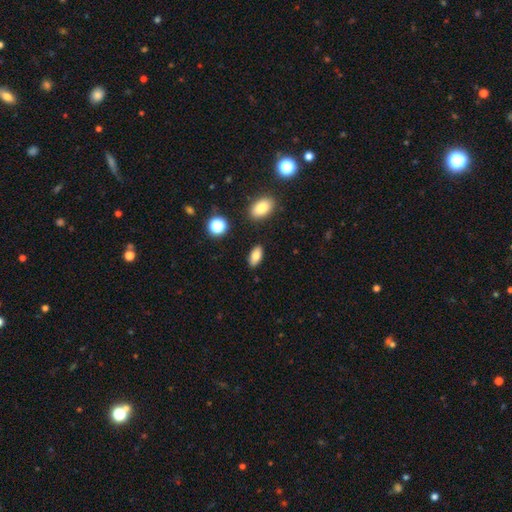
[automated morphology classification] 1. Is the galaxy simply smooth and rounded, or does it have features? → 79% smooth, 12% featured or disk, 9% star or artifact.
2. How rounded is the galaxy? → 89% in between, 7% cigar-shaped, 4% round.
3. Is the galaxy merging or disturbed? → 87% none, 8% minor disturbance, 2% merger, 2% major disturbance.